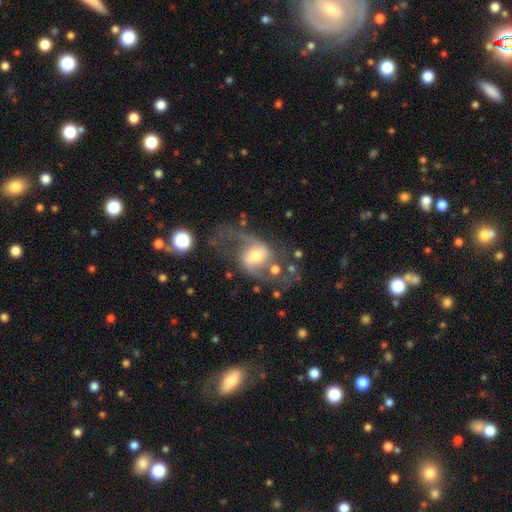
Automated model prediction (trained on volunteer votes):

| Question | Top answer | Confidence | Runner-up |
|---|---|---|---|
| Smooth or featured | featured or disk | 80% | smooth (13%) |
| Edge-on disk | no | 97% | yes (3%) |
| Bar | weak | 46% | no (33%) |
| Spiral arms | yes | 92% | no (8%) |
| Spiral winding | loose | 58% | medium (36%) |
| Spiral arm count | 2 | 90% | can't tell (4%) |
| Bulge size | moderate | 60% | small (23%) |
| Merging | none | 51% | major disturbance (23%) |